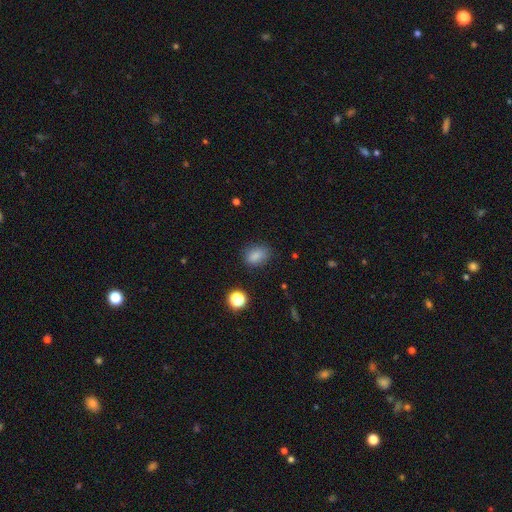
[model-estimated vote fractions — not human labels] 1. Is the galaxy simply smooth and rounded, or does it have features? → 82% smooth, 13% star or artifact, 5% featured or disk.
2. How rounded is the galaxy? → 72% in between, 26% round, 2% cigar-shaped.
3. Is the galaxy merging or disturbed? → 75% none, 18% minor disturbance, 5% major disturbance, 2% merger.